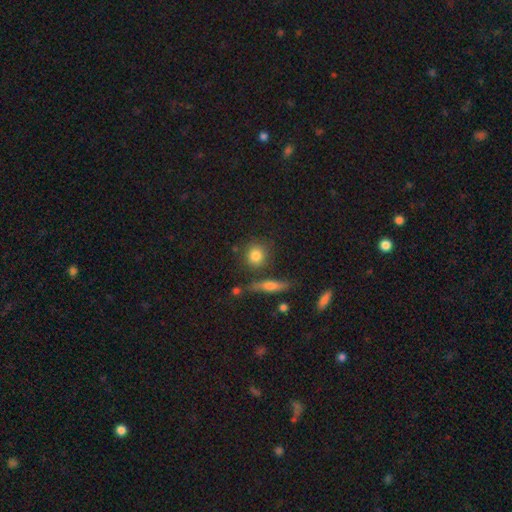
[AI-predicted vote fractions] A smooth galaxy with no disk features (80%) that is round (80%). Merging: none (74%).